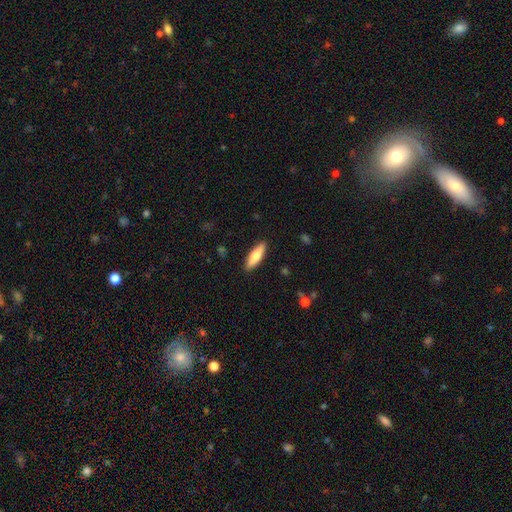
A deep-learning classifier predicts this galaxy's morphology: Smooth or featured? Predicted: smooth (p=0.69). How rounded? Predicted: cigar-shaped (p=0.60). Merging? Predicted: none (p=0.90).